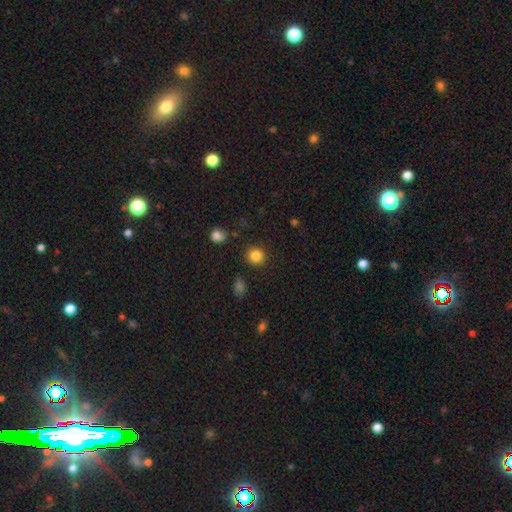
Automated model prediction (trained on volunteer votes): Morphology: type=smooth (84%); roundness=round (91%); merging=none (89%).